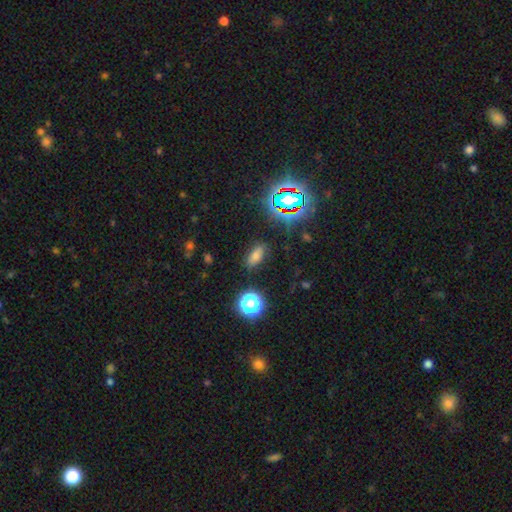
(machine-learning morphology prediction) Q: Smooth or featured?
A: smooth (65%); runner-up: star or artifact (26%)
Q: How rounded?
A: in between (80%); runner-up: cigar-shaped (11%)
Q: Merging?
A: none (82%); runner-up: minor disturbance (12%)